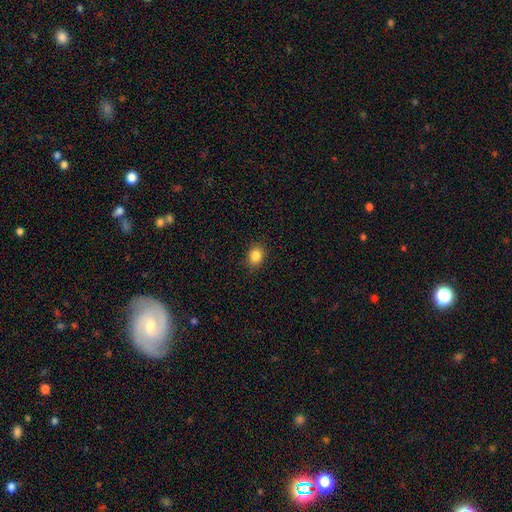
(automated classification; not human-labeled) A smooth galaxy with no disk features (85%) that is round (51%). Merging: none (88%).